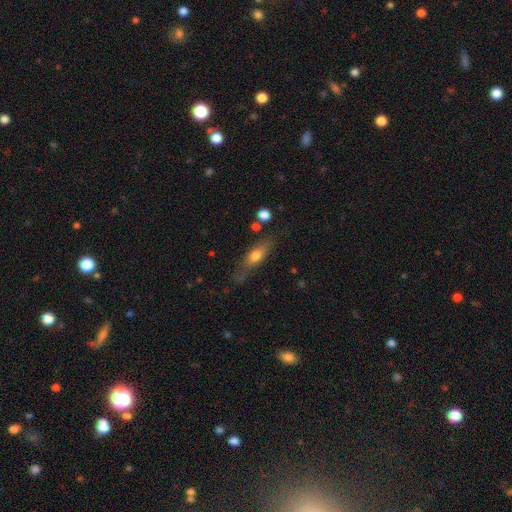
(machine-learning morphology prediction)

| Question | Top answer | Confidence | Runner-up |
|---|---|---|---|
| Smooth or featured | smooth | 61% | featured or disk (31%) |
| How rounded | in between | 53% | cigar-shaped (43%) |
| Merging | none | 65% | minor disturbance (22%) |